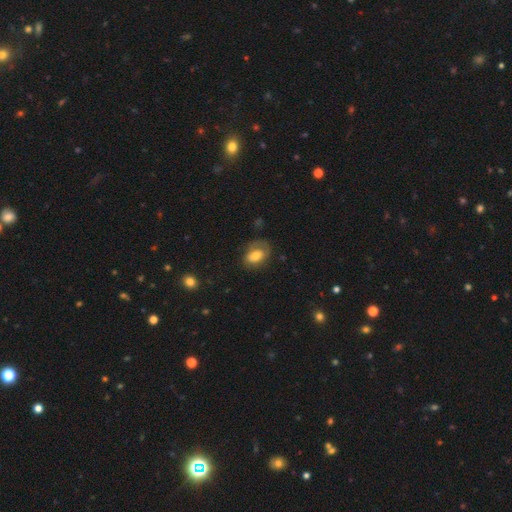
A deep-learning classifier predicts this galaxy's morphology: type=smooth (62%); roundness=in between (81%); merging=none (60%).